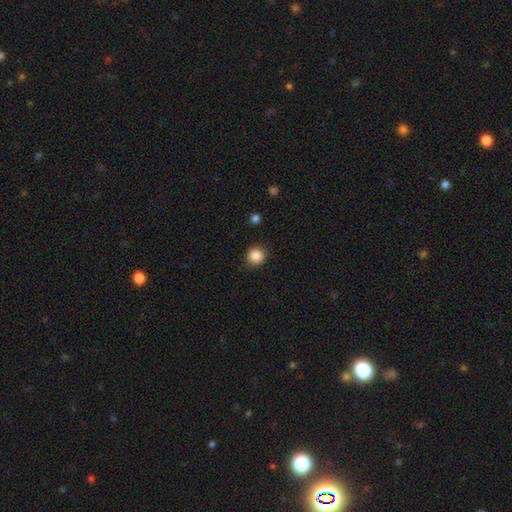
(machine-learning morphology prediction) smooth_or_featured: smooth (p=0.86) [alt: star or artifact p=0.10]
how_rounded: round (p=0.90) [alt: in between p=0.09]
merging: none (p=0.88) [alt: minor disturbance p=0.09]